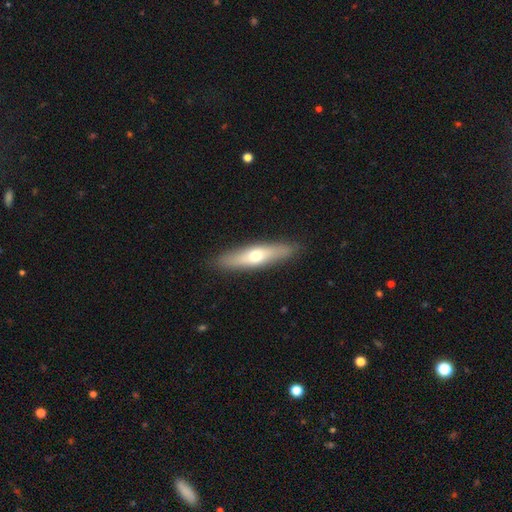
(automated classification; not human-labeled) smooth 51%, featured or disk 44%, star or artifact 6%. Down the decision tree: how rounded — cigar-shaped (72%); merging — none (89%).